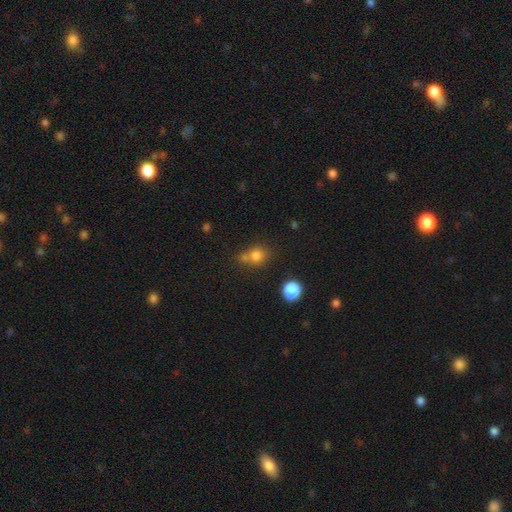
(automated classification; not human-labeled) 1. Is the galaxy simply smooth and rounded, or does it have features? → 77% smooth, 15% star or artifact, 8% featured or disk.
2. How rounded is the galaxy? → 77% round, 22% in between, 1% cigar-shaped.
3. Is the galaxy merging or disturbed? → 50% none, 33% merger, 12% minor disturbance, 5% major disturbance.